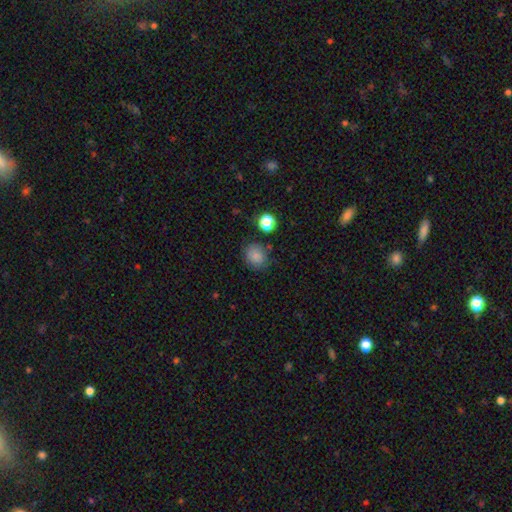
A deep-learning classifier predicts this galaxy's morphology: smooth_or_featured: smooth (p=0.83) [alt: star or artifact p=0.11]
how_rounded: round (p=0.66) [alt: in between p=0.33]
merging: none (p=0.77) [alt: minor disturbance p=0.15]